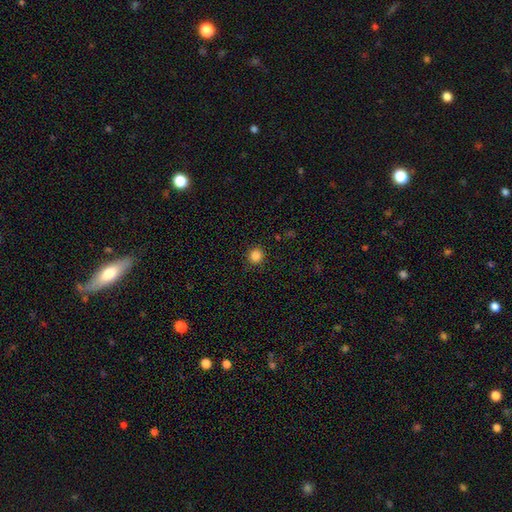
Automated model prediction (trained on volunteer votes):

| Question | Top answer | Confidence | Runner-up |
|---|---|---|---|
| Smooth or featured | smooth | 85% | star or artifact (12%) |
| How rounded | round | 92% | in between (7%) |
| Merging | none | 88% | minor disturbance (8%) |